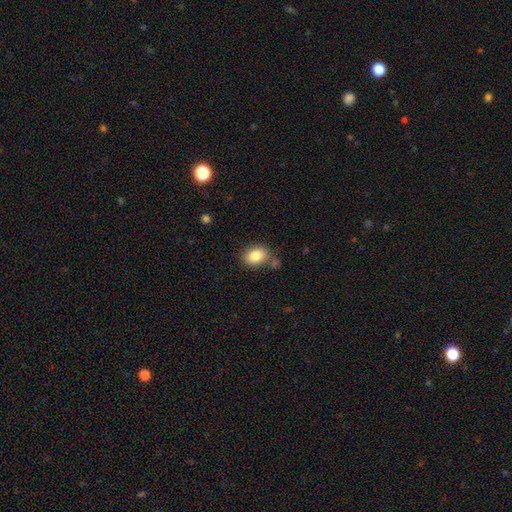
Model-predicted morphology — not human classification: Q: Smooth or featured?
A: smooth (83%); runner-up: featured or disk (9%)
Q: How rounded?
A: in between (72%); runner-up: round (27%)
Q: Merging?
A: none (73%); runner-up: minor disturbance (14%)